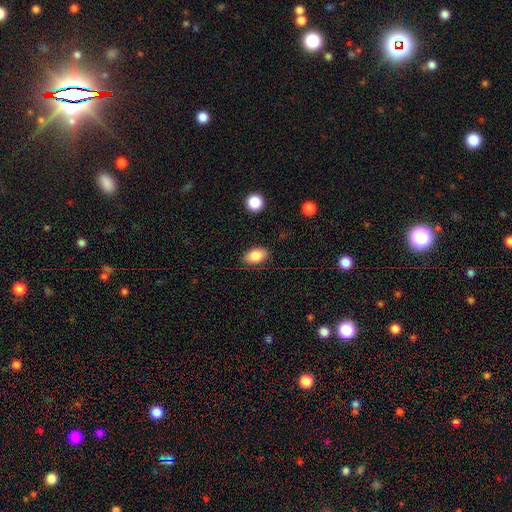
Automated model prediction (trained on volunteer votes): A smooth galaxy with no disk features (85%) that is in between round and cigar-shaped (86%).

Vote fractions:
- Smooth or featured? smooth: 85% / star or artifact: 8% / featured or disk: 7%
- How rounded? in between: 86% / round: 12% / cigar-shaped: 1%
- Merging? none: 81% / minor disturbance: 14% / major disturbance: 3% / merger: 1%